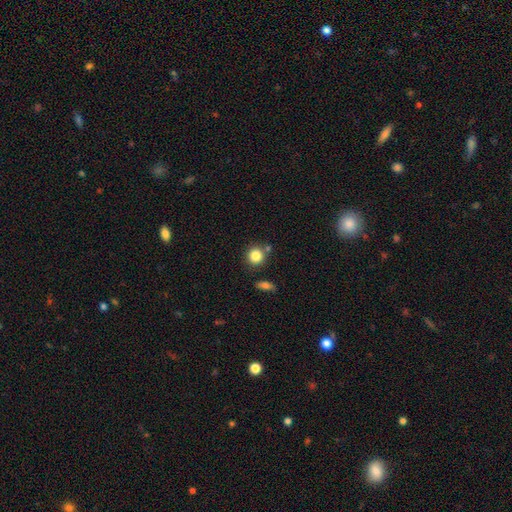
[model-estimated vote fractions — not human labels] Q: Smooth or featured?
A: smooth (84%); runner-up: star or artifact (10%)
Q: How rounded?
A: round (89%); runner-up: in between (10%)
Q: Merging?
A: none (73%); runner-up: merger (12%)